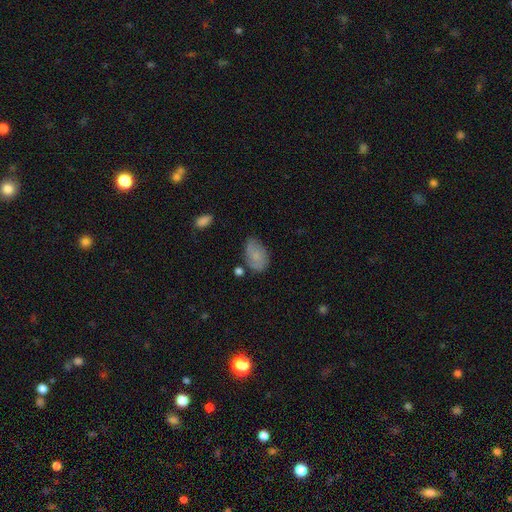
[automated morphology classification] This is likely a smooth galaxy (63%). How rounded: clearly in between (88%). Merging: likely none (61%).